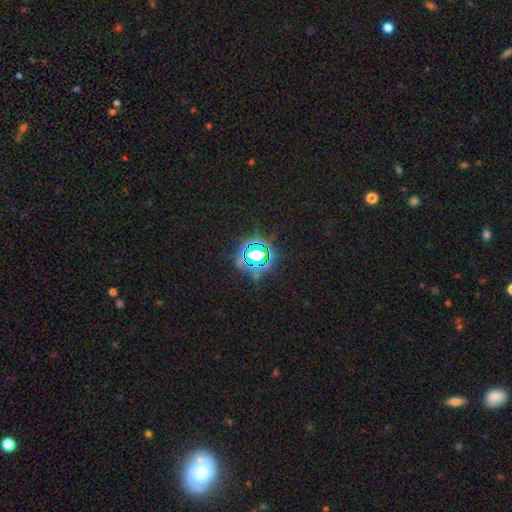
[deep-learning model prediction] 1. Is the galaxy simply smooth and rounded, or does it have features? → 71% star or artifact, 18% smooth, 11% featured or disk.